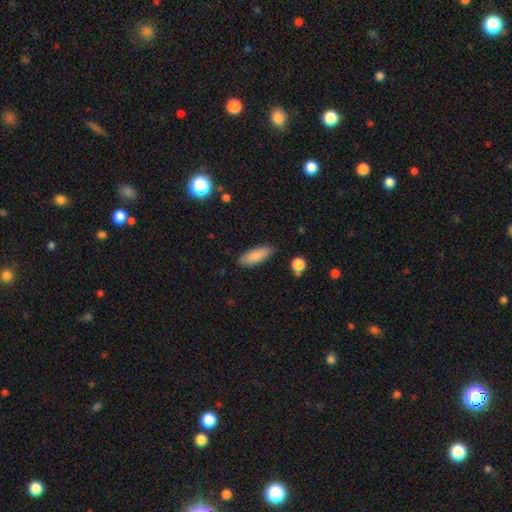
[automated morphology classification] Smooth or featured: smooth — 86% (featured or disk — 7%)
How rounded: in between — 62% (cigar-shaped — 36%)
Merging: none — 84% (minor disturbance — 12%)